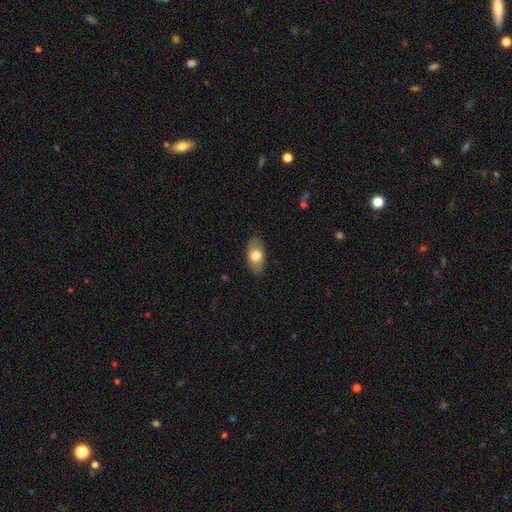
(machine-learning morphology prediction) type=smooth (73%); roundness=in between (91%); merging=none (84%).